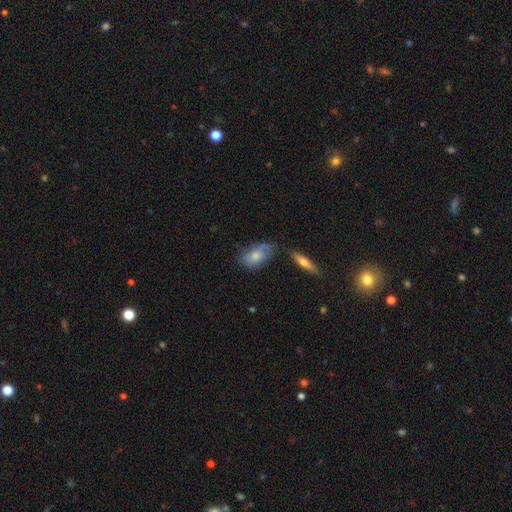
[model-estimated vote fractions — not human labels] Morphology: type=smooth (69%); roundness=in between (88%); merging=none (48%).